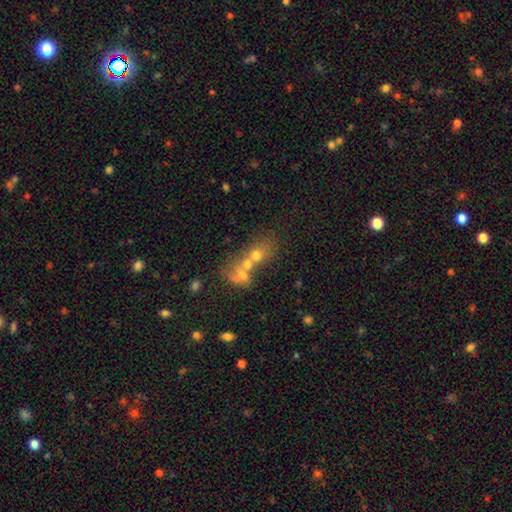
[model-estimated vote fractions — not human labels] smooth_or_featured: smooth (p=0.50) [alt: featured or disk p=0.28]
how_rounded: round (p=0.49) [alt: in between p=0.47]
merging: merger (p=0.62) [alt: none p=0.25]